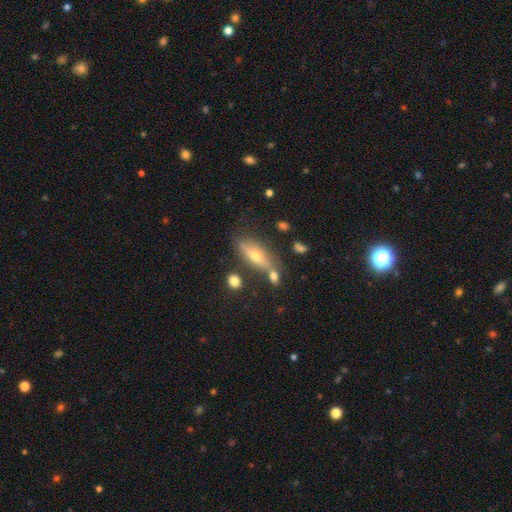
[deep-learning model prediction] Smooth or featured?
  - featured or disk: 51% *
  - smooth: 41%
  - star or artifact: 8%
Edge-on disk?
  - yes: 74% *
  - no: 26%
Merging?
  - none: 67% *
  - minor disturbance: 15%
  - merger: 13%
  - major disturbance: 5%